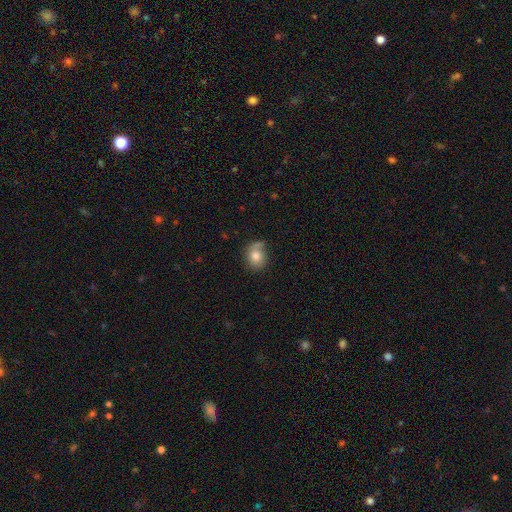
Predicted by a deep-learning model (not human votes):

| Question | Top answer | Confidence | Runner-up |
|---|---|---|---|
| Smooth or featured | smooth | 75% | featured or disk (16%) |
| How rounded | round | 61% | in between (38%) |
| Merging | none | 54% | minor disturbance (25%) |